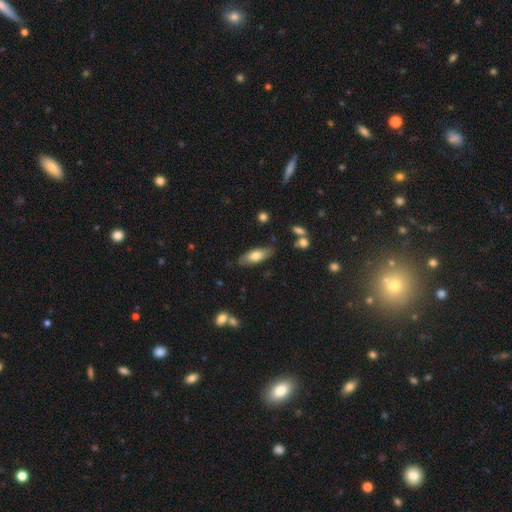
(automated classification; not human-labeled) The model was most divided on "smooth or featured": smooth: 69%, featured or disk: 25%, star or artifact: 6%. More confident: merging — none (79%); how rounded — in between (74%).